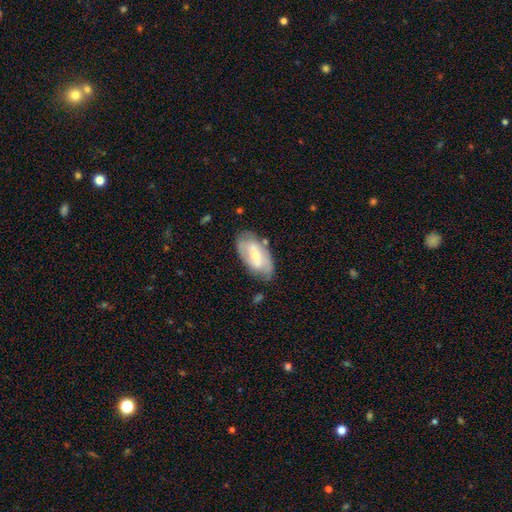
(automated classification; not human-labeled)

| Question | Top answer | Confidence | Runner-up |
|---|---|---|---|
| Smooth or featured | featured or disk | 68% | smooth (26%) |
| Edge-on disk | no | 93% | yes (7%) |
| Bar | weak | 42% | strong (34%) |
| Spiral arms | yes | 74% | no (26%) |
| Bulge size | small | 50% | moderate (45%) |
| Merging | none | 70% | minor disturbance (20%) |